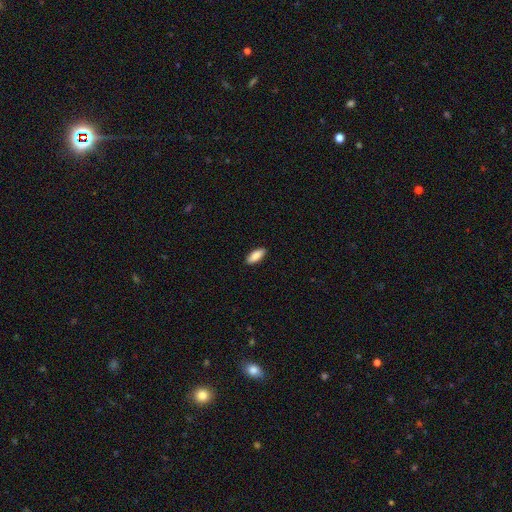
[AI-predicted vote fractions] smooth_or_featured: smooth (p=0.87) [alt: featured or disk p=0.07]
how_rounded: in between (p=0.77) [alt: cigar-shaped p=0.22]
merging: none (p=0.90) [alt: minor disturbance p=0.07]